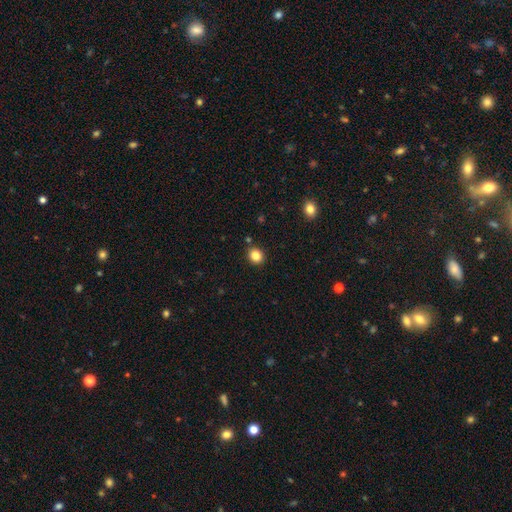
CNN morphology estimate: A smooth galaxy with no disk features (84%) that is round (77%). Merging: none (89%).